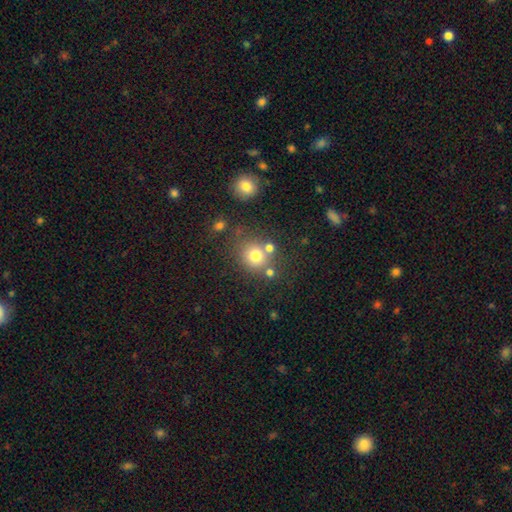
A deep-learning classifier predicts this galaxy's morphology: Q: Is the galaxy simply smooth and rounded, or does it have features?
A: smooth — 74%.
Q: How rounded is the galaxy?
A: round — 83%.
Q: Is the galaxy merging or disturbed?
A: none — 67%.